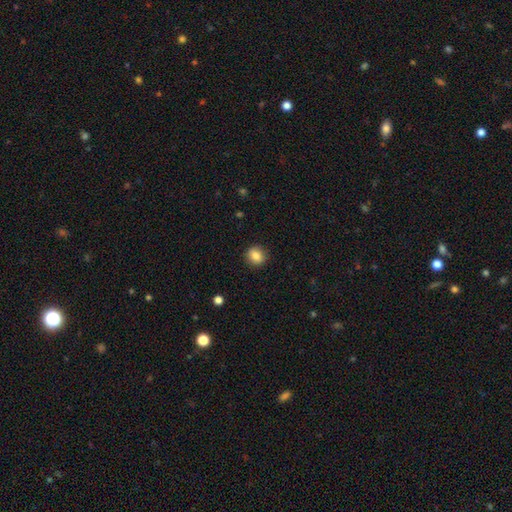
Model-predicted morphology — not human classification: This appears to be a smooth galaxy with no disk features (84%) that is round (80%). Merging: none (90%).